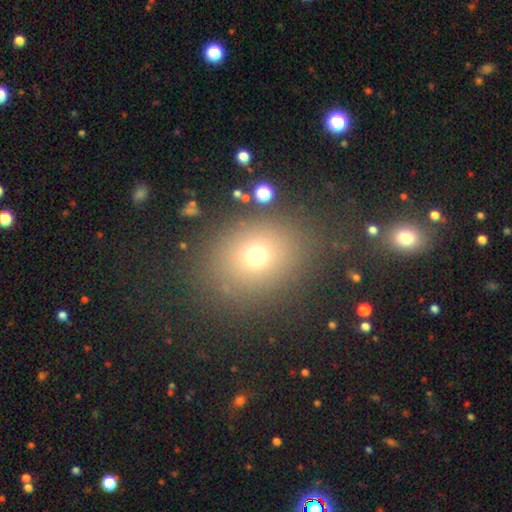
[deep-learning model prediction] smooth 66%, star or artifact 22%, featured or disk 12%. Down the decision tree: how rounded — round (58%); merging — none (79%).